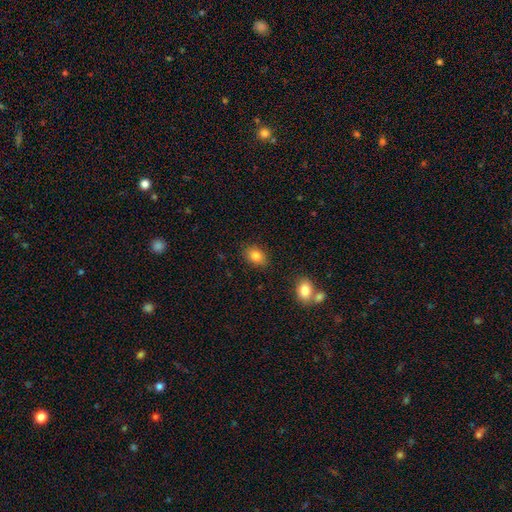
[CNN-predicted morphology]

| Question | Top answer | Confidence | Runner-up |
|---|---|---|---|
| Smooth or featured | smooth | 85% | star or artifact (9%) |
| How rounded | in between | 79% | round (20%) |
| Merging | none | 81% | minor disturbance (13%) |